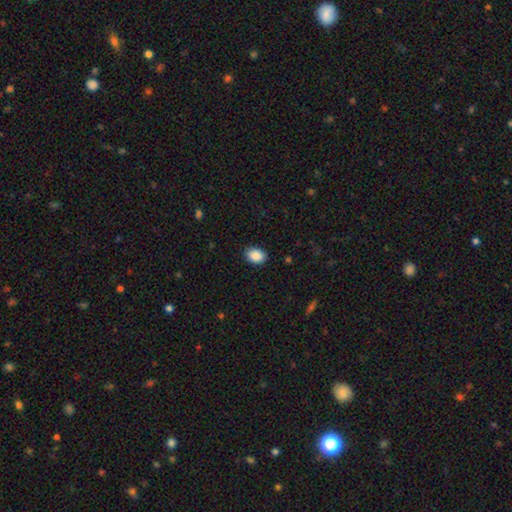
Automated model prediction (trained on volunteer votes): A smooth galaxy with no disk features (90%) that is in between round and cigar-shaped (77%). Merging: none (87%).